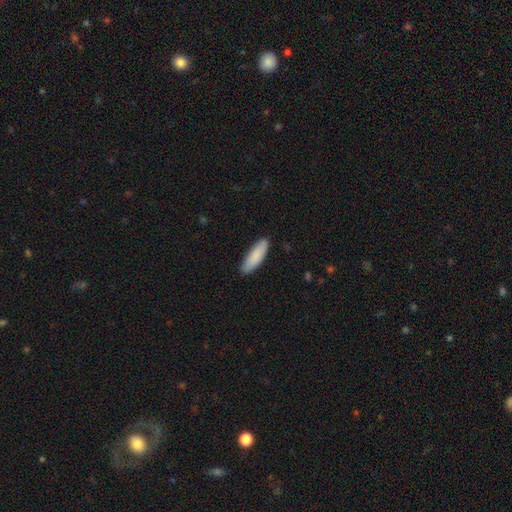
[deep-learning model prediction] Q: Smooth or featured?
A: smooth (87%); runner-up: featured or disk (7%)
Q: How rounded?
A: cigar-shaped (52%); runner-up: in between (46%)
Q: Merging?
A: none (87%); runner-up: minor disturbance (10%)